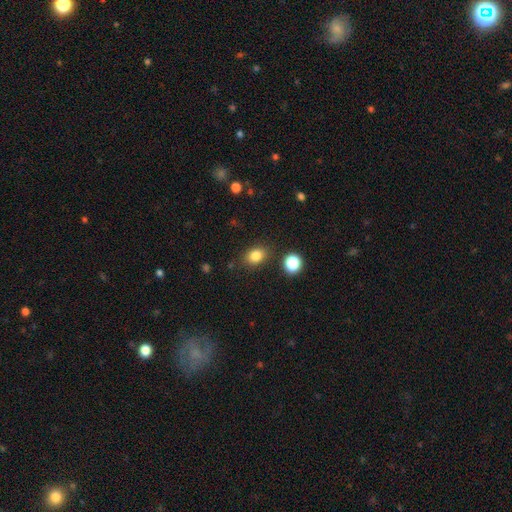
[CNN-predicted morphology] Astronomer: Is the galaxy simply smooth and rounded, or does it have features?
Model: smooth — 82%.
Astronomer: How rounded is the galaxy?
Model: in between — 63%.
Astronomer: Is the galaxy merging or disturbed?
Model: none — 82%.